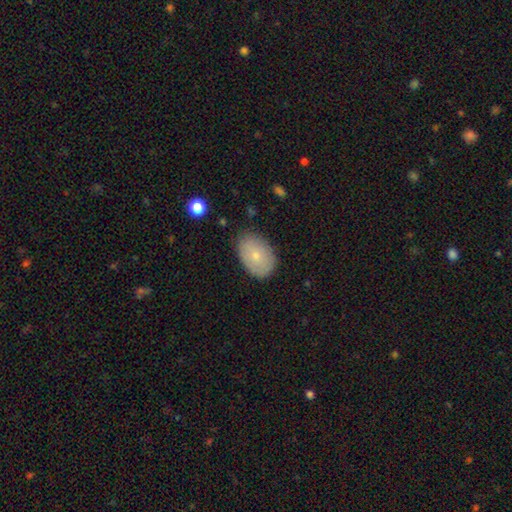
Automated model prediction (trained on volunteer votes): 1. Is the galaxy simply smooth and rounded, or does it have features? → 72% smooth, 21% featured or disk, 7% star or artifact.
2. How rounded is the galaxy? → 85% in between, 14% round, 1% cigar-shaped.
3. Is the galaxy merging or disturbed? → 81% none, 14% minor disturbance, 3% major disturbance, 1% merger.